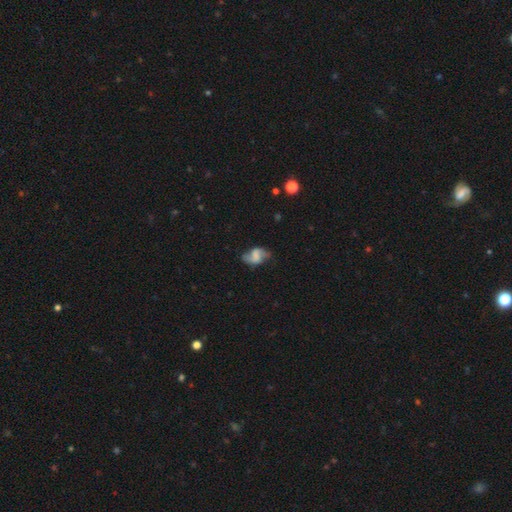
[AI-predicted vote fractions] This appears to be a featured or disk galaxy (60%) with a weak bar (40%), spiral arms (82%) and no central bulge (53%). Merging: none (61%).